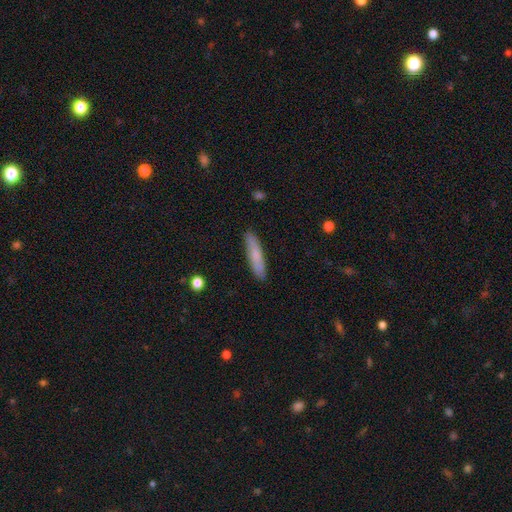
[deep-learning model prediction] This appears to be a smooth galaxy with no disk features (72%) that is cigar-shaped (86%). Merging: none (89%).